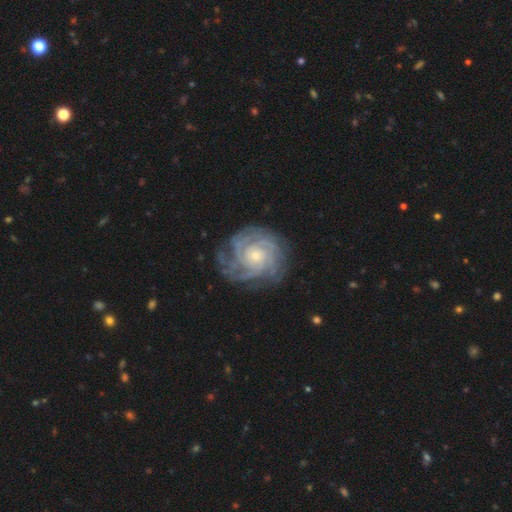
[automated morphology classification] Q: Smooth or featured?
A: featured or disk (89%); runner-up: star or artifact (6%)
Q: Edge-on disk?
A: no (97%); runner-up: yes (3%)
Q: Bar?
A: no (76%); runner-up: weak (19%)
Q: Spiral arms?
A: yes (98%); runner-up: no (2%)
Q: Spiral winding?
A: tight (78%); runner-up: medium (19%)
Q: Spiral arm count?
A: 4 (28%); runner-up: can't tell (23%)
Q: Bulge size?
A: small (65%); runner-up: moderate (30%)
Q: Merging?
A: none (76%); runner-up: minor disturbance (16%)